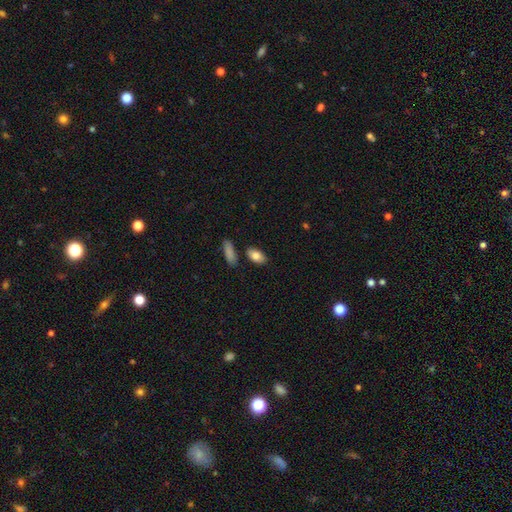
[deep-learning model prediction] Morphology: type=smooth (83%); roundness=in between (90%); merging=none (81%).